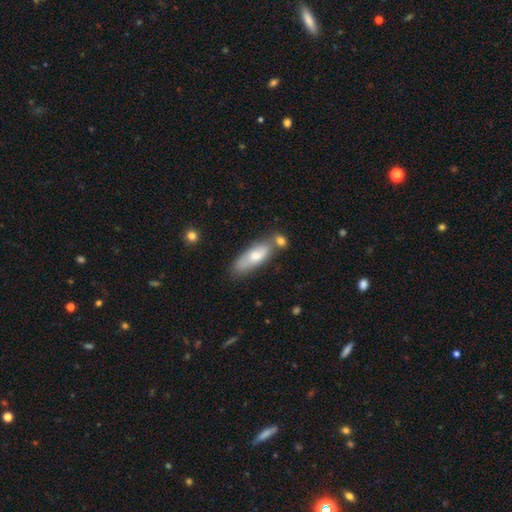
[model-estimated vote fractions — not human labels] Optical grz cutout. It shows a smooth galaxy with no disk features (65%) that is in between round and cigar-shaped (57%). Merging: none (54%).